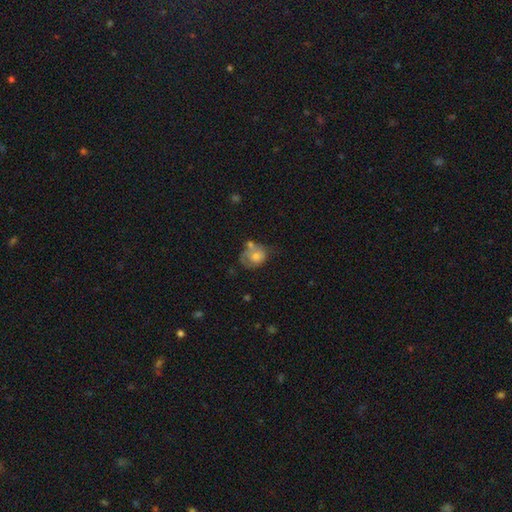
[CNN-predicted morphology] Smooth or featured: smooth — 55% (featured or disk — 35%)
How rounded: round — 62% (in between — 37%)
Merging: none — 38% (minor disturbance — 26%)